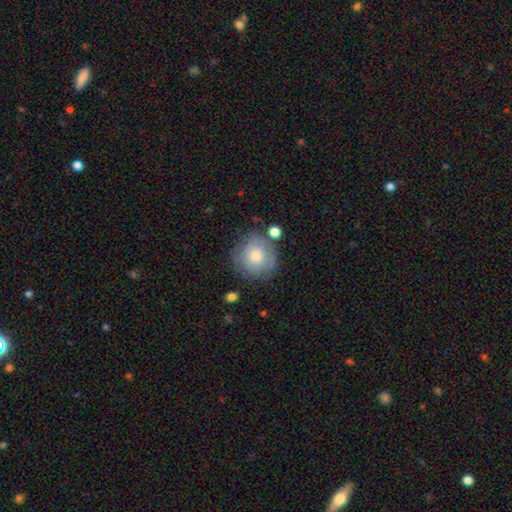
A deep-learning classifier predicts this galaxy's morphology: smooth 60%, featured or disk 32%, star or artifact 8%. Down the decision tree: how rounded — round (88%); merging — none (70%).